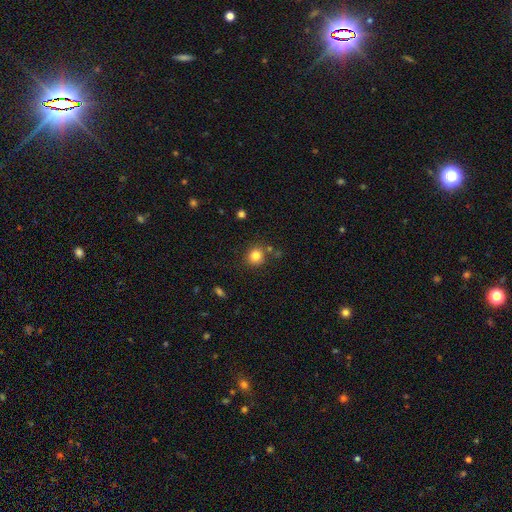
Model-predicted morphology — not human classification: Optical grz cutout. It shows a smooth galaxy with no disk features (82%) that is round (86%). Merging: none (81%).